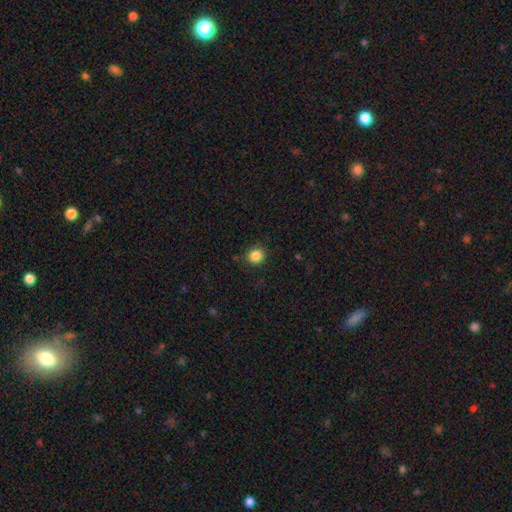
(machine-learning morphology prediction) Q: Smooth or featured?
A: smooth (86%); runner-up: star or artifact (11%)
Q: How rounded?
A: round (88%); runner-up: in between (11%)
Q: Merging?
A: none (88%); runner-up: minor disturbance (8%)